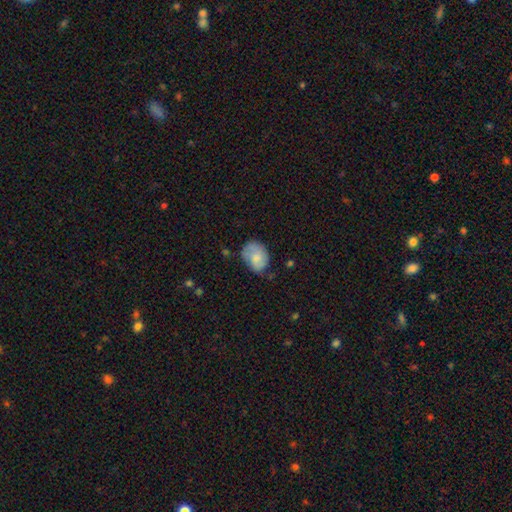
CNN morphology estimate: Smooth or featured? smooth (63%)
How rounded? in between (64%)
Merging? none (54%)